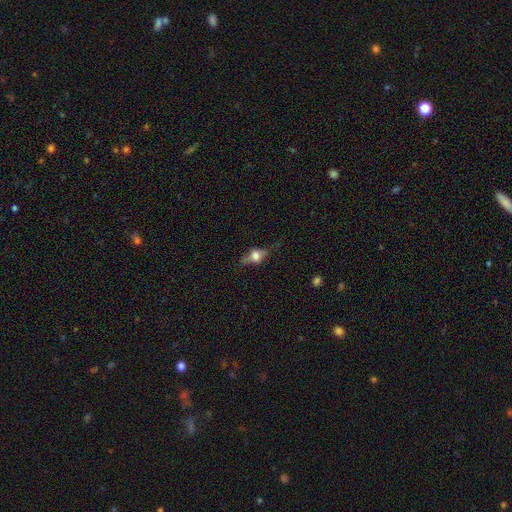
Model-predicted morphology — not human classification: Smooth or featured: featured or disk — 52% (smooth — 38%)
Edge-on disk: yes — 90% (no — 10%)
Merging: none — 70% (minor disturbance — 20%)